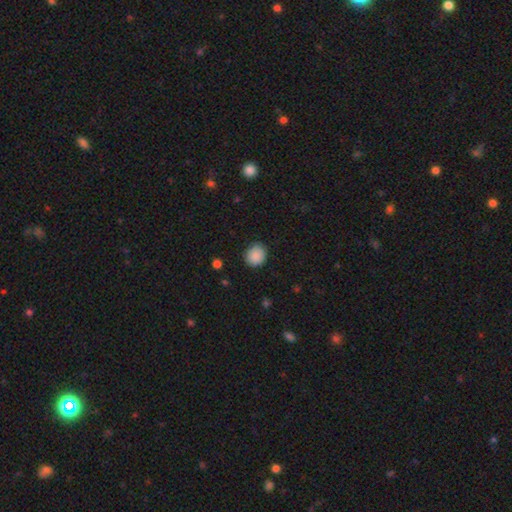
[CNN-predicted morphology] smooth 88%, star or artifact 8%, featured or disk 4%. Down the decision tree: how rounded — round (79%); merging — none (85%).